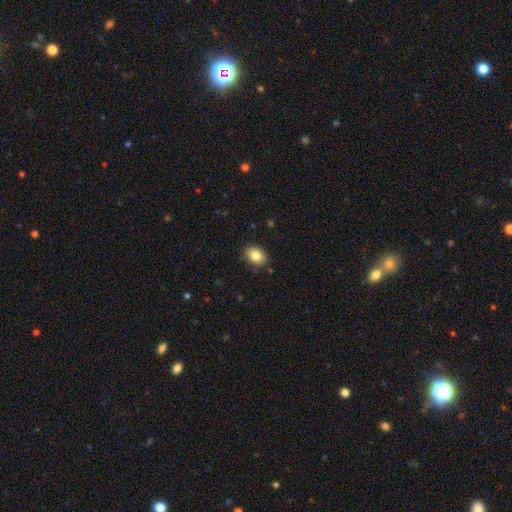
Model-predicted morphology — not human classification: Smooth or featured: smooth — 83% (star or artifact — 9%)
How rounded: in between — 56% (round — 44%)
Merging: none — 85% (minor disturbance — 11%)